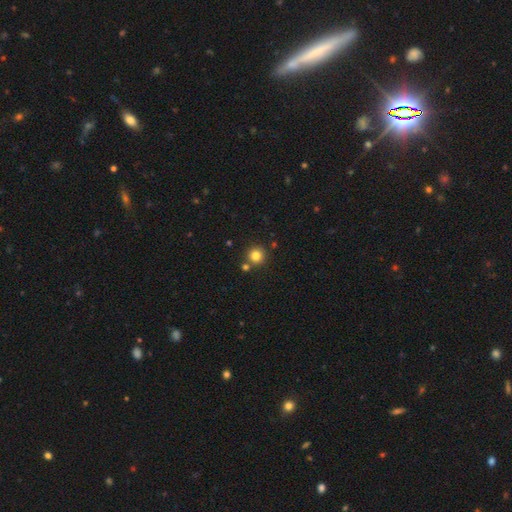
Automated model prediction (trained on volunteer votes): Smooth or featured: smooth — 82% (star or artifact — 12%)
How rounded: round — 95% (in between — 4%)
Merging: none — 81% (merger — 10%)